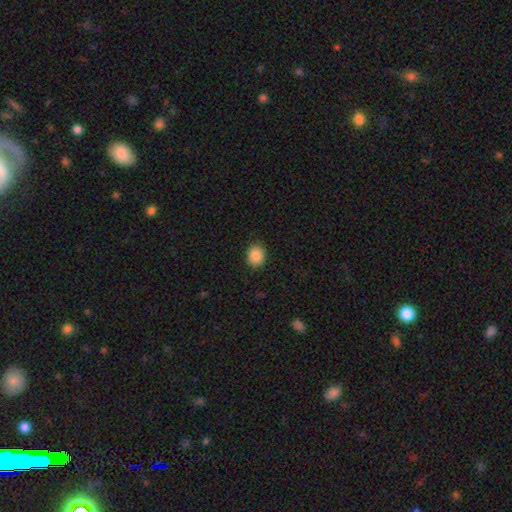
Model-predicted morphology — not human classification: A smooth galaxy with no disk features (88%) that is round (53%). Merging: none (89%).